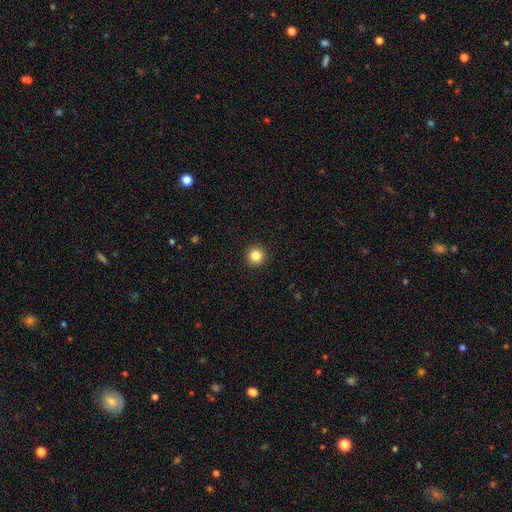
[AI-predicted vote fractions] smooth-or-featured: smooth: 84% | star or artifact: 12% | featured or disk: 5%
  how-rounded: round: 96% | in between: 3% | cigar-shaped: 1%
  merging: none: 94% | minor disturbance: 4% | major disturbance: 1% | merger: 1%